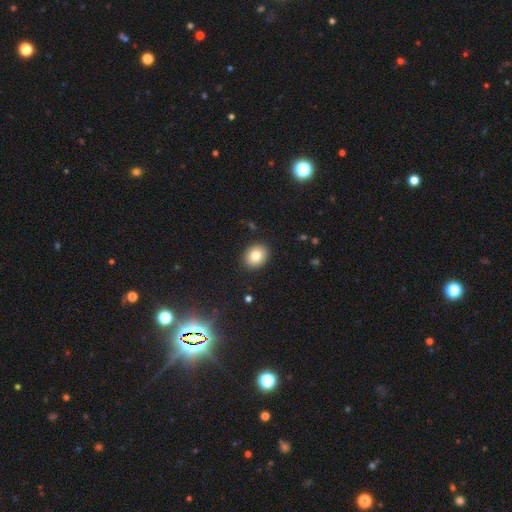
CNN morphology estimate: This appears to be a smooth galaxy with no disk features (81%) that is round (54%). Merging: none (90%).